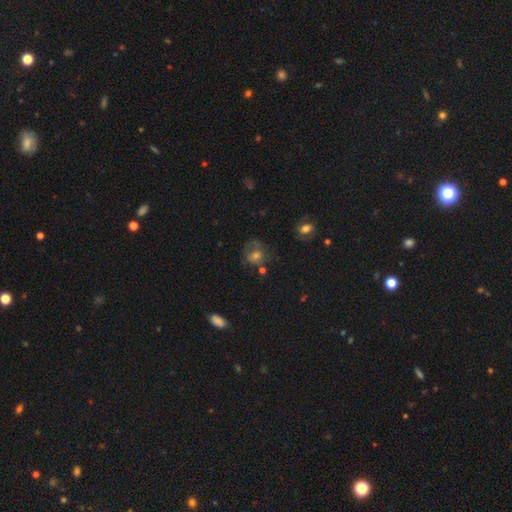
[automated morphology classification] Q: Smooth or featured?
A: smooth (48%); runner-up: featured or disk (33%)
Q: Merging?
A: none (48%); runner-up: major disturbance (23%)